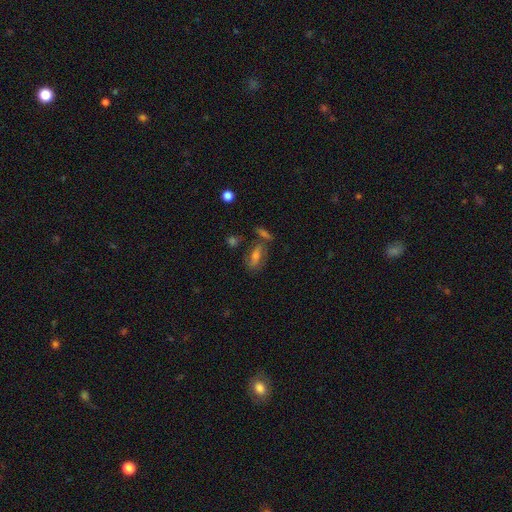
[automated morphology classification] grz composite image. It shows a smooth galaxy with no disk features (55%) that is in between round and cigar-shaped (70%). Merging: none (59%).